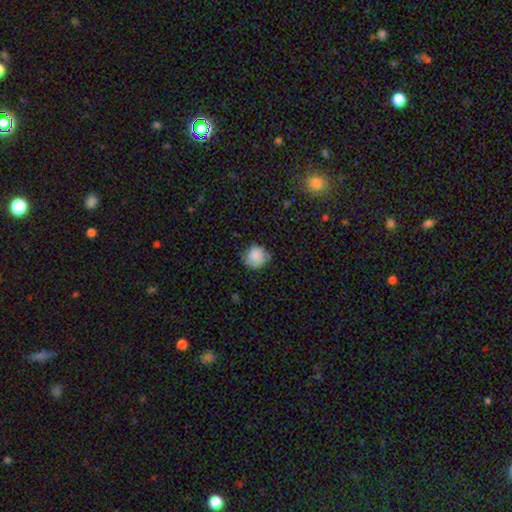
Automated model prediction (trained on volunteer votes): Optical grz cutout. It shows a smooth galaxy with no disk features (86%) that is round (87%). Merging: none (71%).